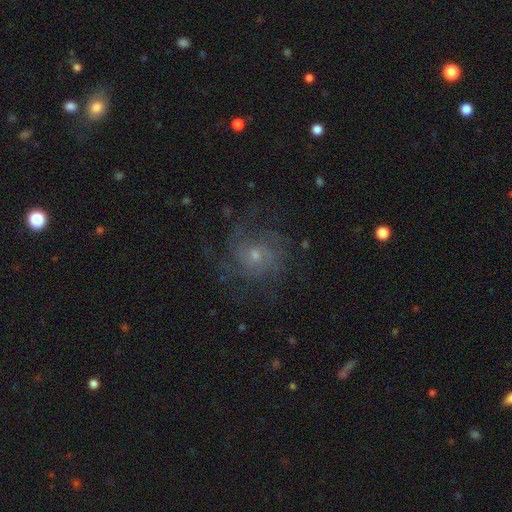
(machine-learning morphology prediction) smooth-or-featured: featured or disk: 71% | smooth: 17% | star or artifact: 13%
  disk-edge-on: no: 97% | yes: 3%
    bar: no: 75% | weak: 22% | strong: 3%
    has-spiral-arms: yes: 89% | no: 11%
      spiral-winding: tight: 44% | medium: 40% | loose: 16%
      spiral-arm-count: can't tell: 39% | 3: 19% | 2: 17% | 4: 12% | more than 4: 6% | 1: 6%
    bulge-size: small: 63% | moderate: 31% | none: 3% | large: 2% | dominant: 1%
  merging: none: 69% | minor disturbance: 16% | major disturbance: 14% | merger: 1%